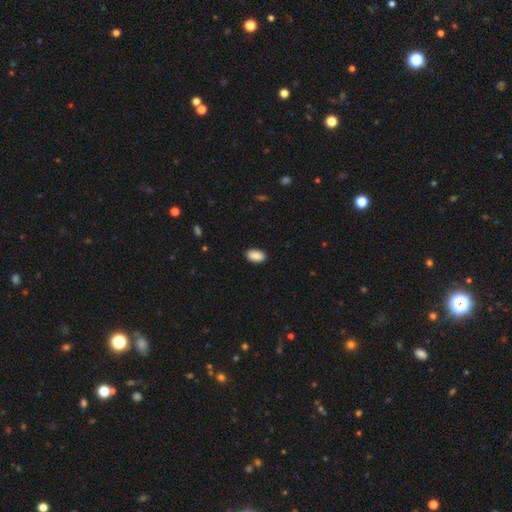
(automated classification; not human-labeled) A smooth galaxy with no disk features (90%) that is in between round and cigar-shaped (94%).

Vote fractions:
- Smooth or featured? smooth: 90% / star or artifact: 7% / featured or disk: 3%
- How rounded? in between: 94% / round: 4% / cigar-shaped: 2%
- Merging? none: 89% / minor disturbance: 8% / major disturbance: 2% / merger: 1%